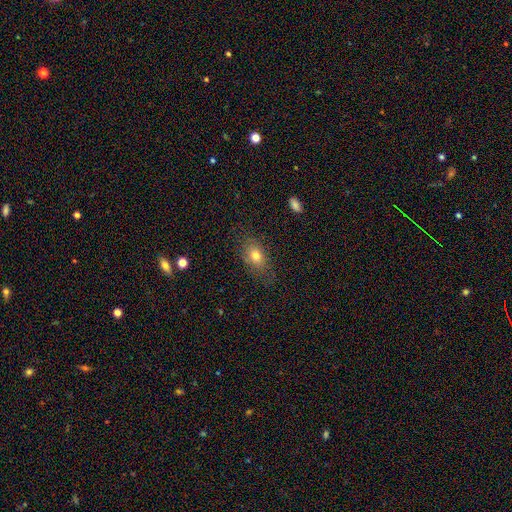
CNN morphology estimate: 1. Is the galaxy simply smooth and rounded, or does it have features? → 74% smooth, 15% featured or disk, 11% star or artifact.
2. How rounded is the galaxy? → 79% in between, 18% round, 3% cigar-shaped.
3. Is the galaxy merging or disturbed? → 74% none, 18% minor disturbance, 7% major disturbance, 1% merger.